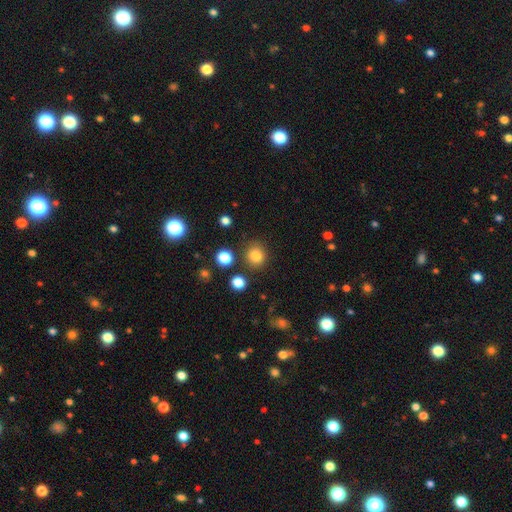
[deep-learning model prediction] Smooth or featured?
  - smooth: 82% *
  - star or artifact: 12%
  - featured or disk: 6%
How rounded?
  - round: 86% *
  - in between: 13%
  - cigar-shaped: 1%
Merging?
  - none: 84% *
  - minor disturbance: 9%
  - merger: 4%
  - major disturbance: 3%